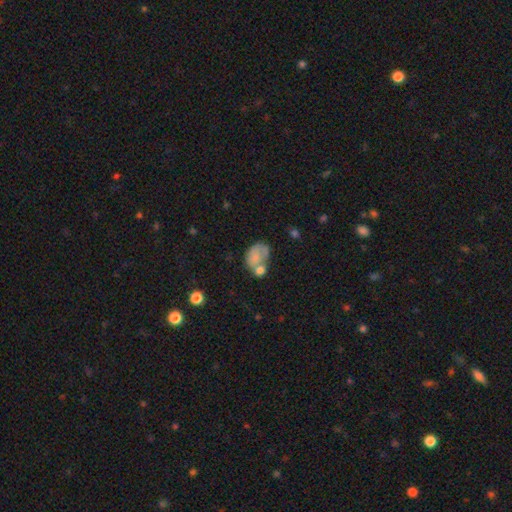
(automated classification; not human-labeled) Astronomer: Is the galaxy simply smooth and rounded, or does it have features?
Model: smooth — 67%.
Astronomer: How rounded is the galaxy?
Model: in between — 76%.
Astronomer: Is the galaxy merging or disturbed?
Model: merger — 44% (runner-up: none, 24%).